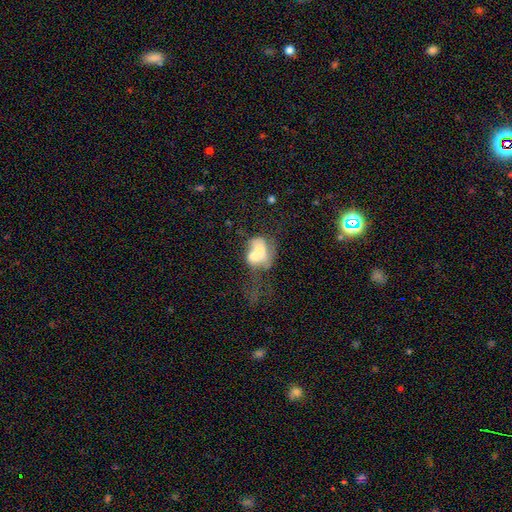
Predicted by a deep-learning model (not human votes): Smooth or featured?
  - smooth: 51% *
  - featured or disk: 39%
  - star or artifact: 11%
How rounded?
  - in between: 61% *
  - round: 37%
  - cigar-shaped: 2%
Merging?
  - merger: 62% *
  - major disturbance: 17%
  - none: 12%
  - minor disturbance: 9%